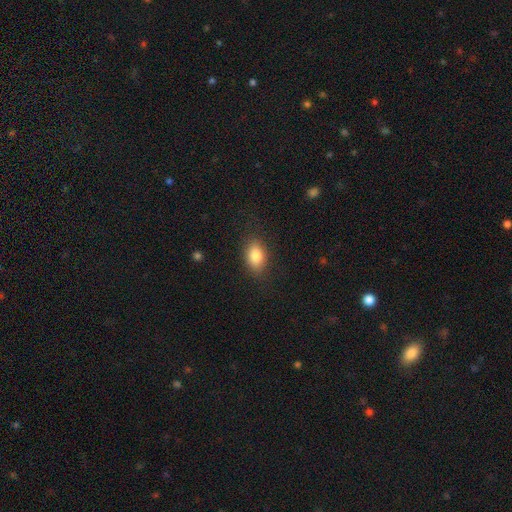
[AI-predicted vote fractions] smooth 84%, featured or disk 8%, star or artifact 8%. Down the decision tree: how rounded — in between (85%); merging — none (84%).